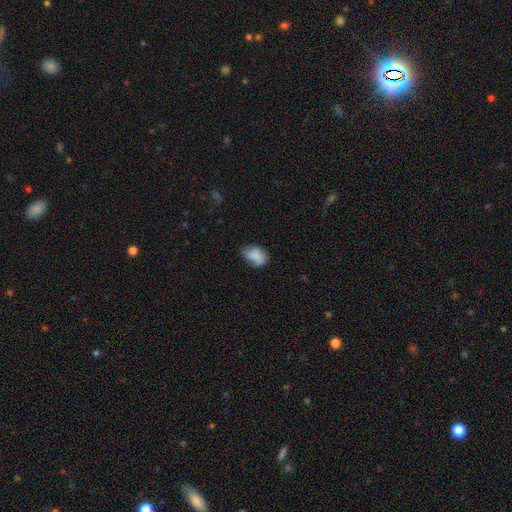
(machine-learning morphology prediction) Smooth or featured? smooth (81%)
How rounded? in between (80%)
Merging? none (55%)